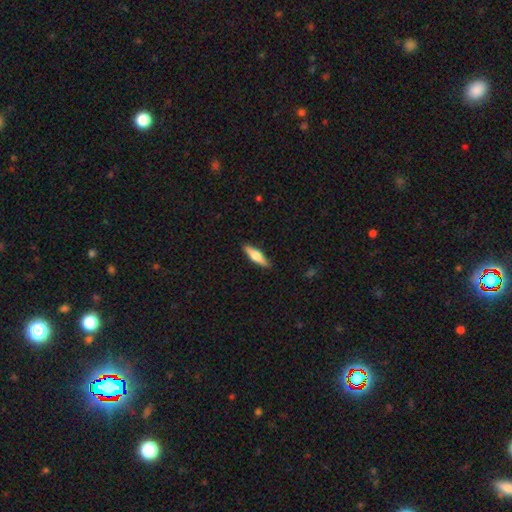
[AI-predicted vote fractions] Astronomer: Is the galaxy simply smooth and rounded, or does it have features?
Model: smooth — 52% (runner-up: featured or disk, 42%).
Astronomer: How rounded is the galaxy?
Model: cigar-shaped — 66%.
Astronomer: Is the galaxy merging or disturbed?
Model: none — 89%.